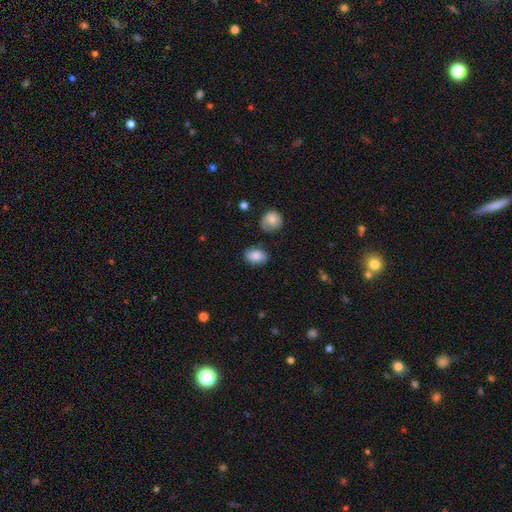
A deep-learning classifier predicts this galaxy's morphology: type=smooth (79%); roundness=in between (80%); merging=none (73%).